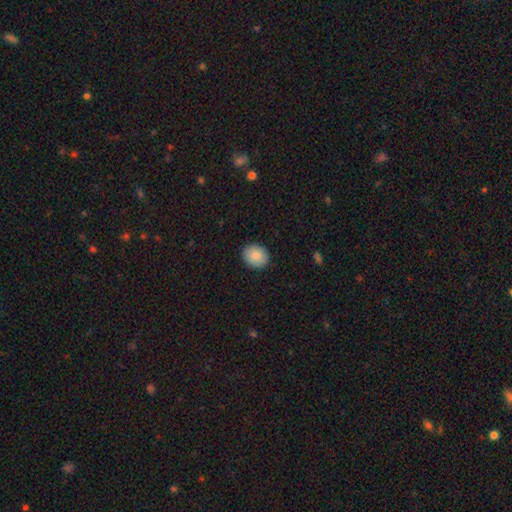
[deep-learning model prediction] This appears to be a smooth galaxy with no disk features (85%) that is round (63%). Merging: none (90%).